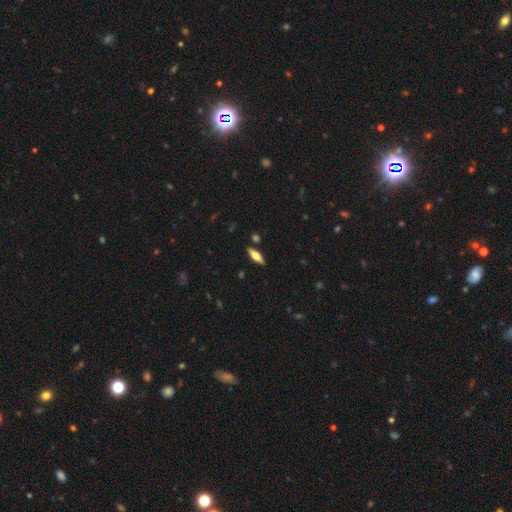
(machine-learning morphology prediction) Smooth or featured: smooth — 47% (featured or disk — 46%)
Merging: none — 87% (minor disturbance — 9%)